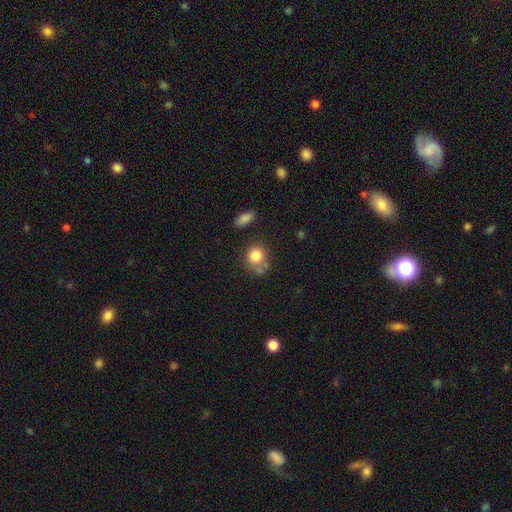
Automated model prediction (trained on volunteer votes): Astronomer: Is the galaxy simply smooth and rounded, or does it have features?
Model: smooth — 80%.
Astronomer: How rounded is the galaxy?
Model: round — 73%.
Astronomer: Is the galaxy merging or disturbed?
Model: none — 50%.